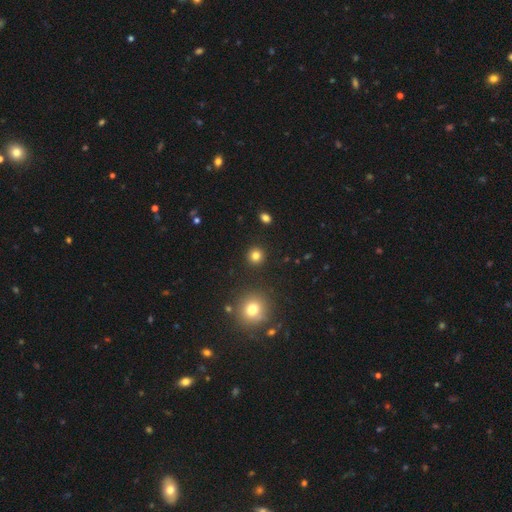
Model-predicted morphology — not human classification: A smooth galaxy with no disk features (81%) that is round (93%). Merging: none (92%).